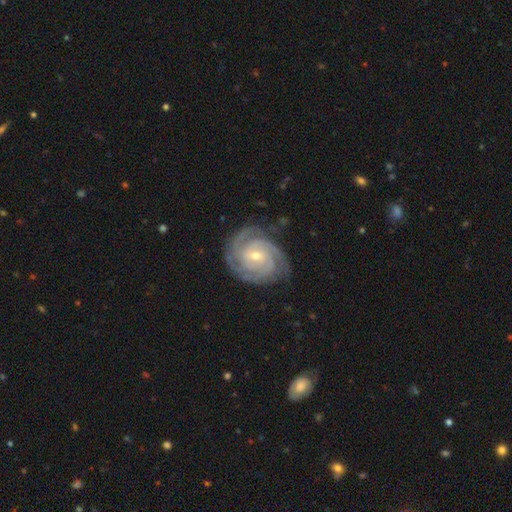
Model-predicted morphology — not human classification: This appears to be a featured or disk galaxy (91%) with no bar (47%), 3 (36%) tight (78%) spiral arms (98%) and a small central bulge (61%). Merging: none (81%).